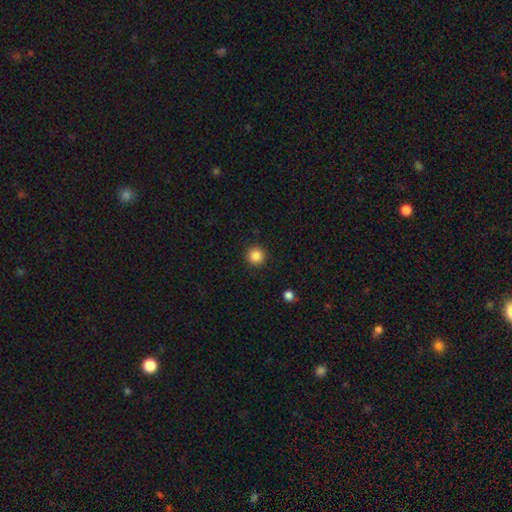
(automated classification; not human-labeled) Smooth or featured? Predicted: smooth (p=0.86). How rounded? Predicted: round (p=0.95). Merging? Predicted: none (p=0.91).